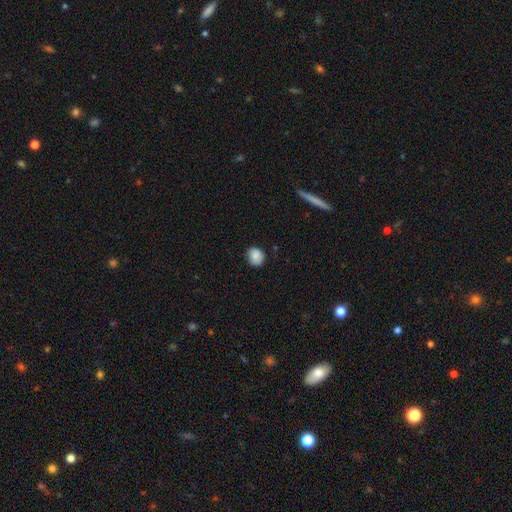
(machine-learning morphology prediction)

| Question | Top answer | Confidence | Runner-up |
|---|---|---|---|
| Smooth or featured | smooth | 85% | star or artifact (8%) |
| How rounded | round | 74% | in between (24%) |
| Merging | none | 82% | minor disturbance (15%) |